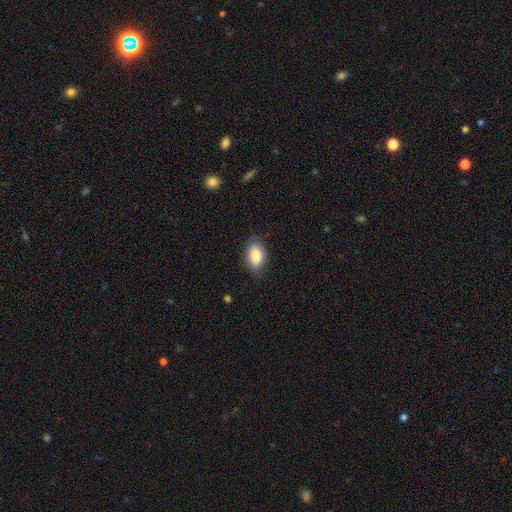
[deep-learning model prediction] Morphology: type=smooth (86%); roundness=in between (90%); merging=none (79%).